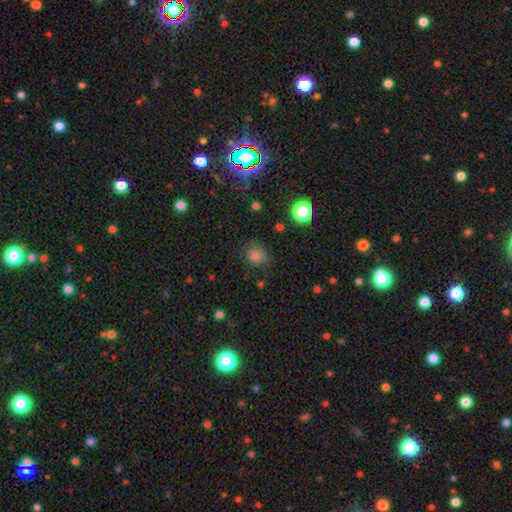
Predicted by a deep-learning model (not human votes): smooth 79%, star or artifact 16%, featured or disk 5%. Down the decision tree: how rounded — round (79%); merging — none (74%).